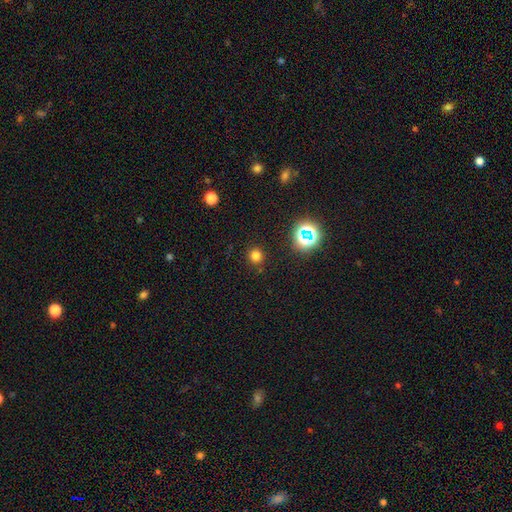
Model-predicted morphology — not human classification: smooth-or-featured: smooth: 74% | star or artifact: 21% | featured or disk: 5%
  how-rounded: round: 91% | in between: 8% | cigar-shaped: 1%
  merging: none: 89% | minor disturbance: 7% | major disturbance: 3% | merger: 2%